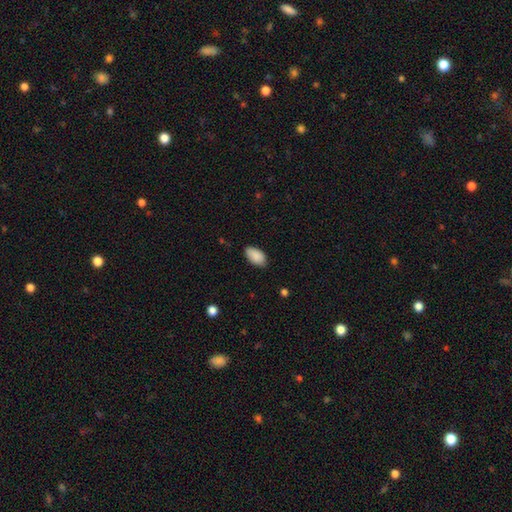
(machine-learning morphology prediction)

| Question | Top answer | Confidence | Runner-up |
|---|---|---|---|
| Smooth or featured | smooth | 90% | star or artifact (7%) |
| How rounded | in between | 95% | round (4%) |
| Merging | none | 82% | minor disturbance (15%) |